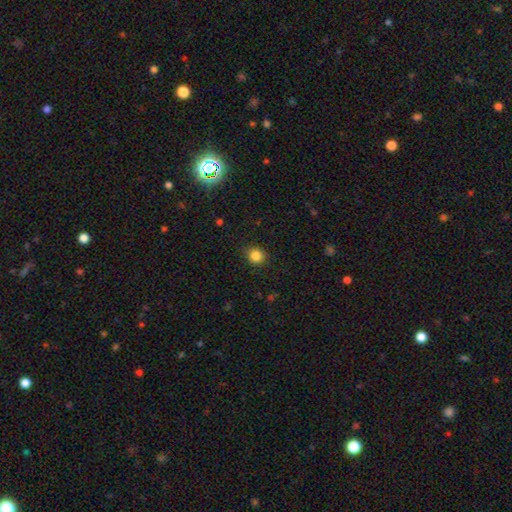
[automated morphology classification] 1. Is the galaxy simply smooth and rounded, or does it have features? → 85% smooth, 11% star or artifact, 4% featured or disk.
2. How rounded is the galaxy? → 87% round, 13% in between, 1% cigar-shaped.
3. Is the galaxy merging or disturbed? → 87% none, 10% minor disturbance, 2% major disturbance, 1% merger.